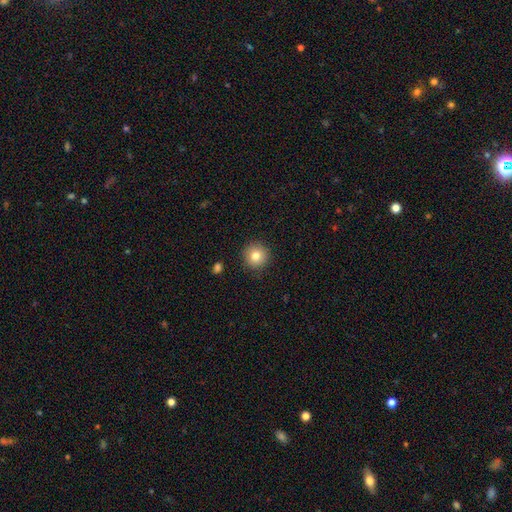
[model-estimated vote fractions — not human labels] A smooth galaxy with no disk features (80%) that is round (95%). Merging: none (91%).